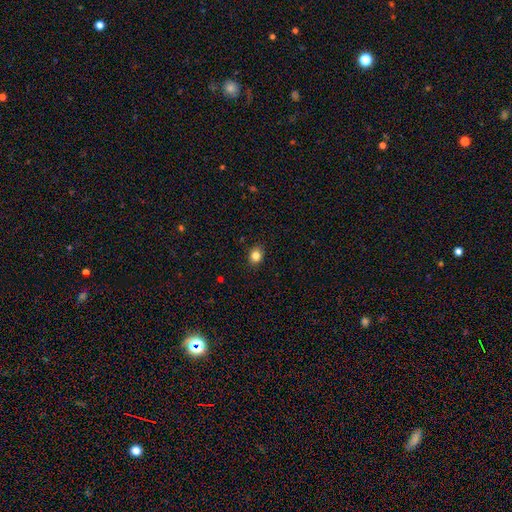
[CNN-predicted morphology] Smooth or featured? Predicted: smooth (p=0.84). How rounded? Predicted: round (p=0.58). Merging? Predicted: none (p=0.89).